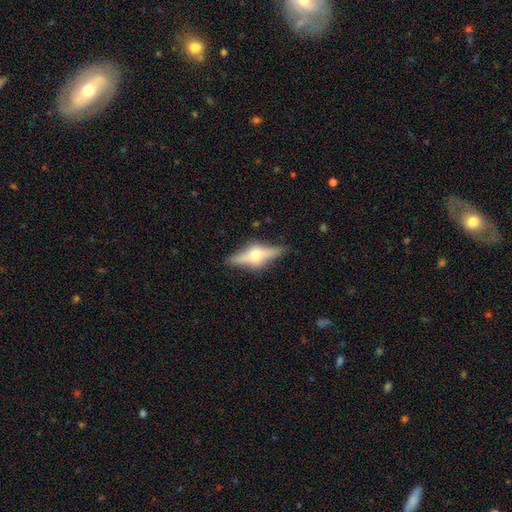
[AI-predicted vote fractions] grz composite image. It shows a featured or disk galaxy (67%) viewed edge-on (92%) with a rounded central bulge (93%). Merging: none (83%).